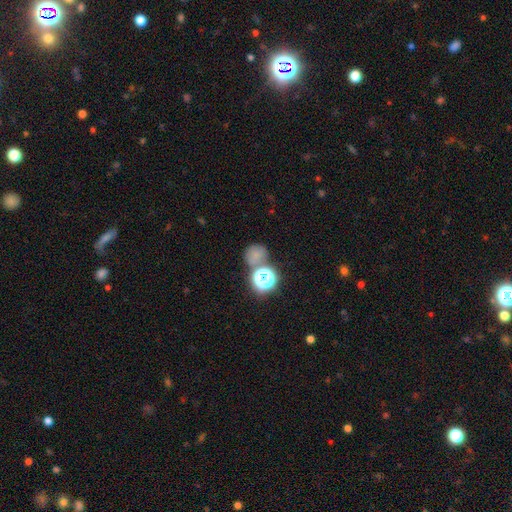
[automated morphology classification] Smooth or featured?
  - smooth: 65% *
  - star or artifact: 25%
  - featured or disk: 10%
How rounded?
  - round: 74% *
  - in between: 25%
  - cigar-shaped: 1%
Merging?
  - none: 54% *
  - merger: 25%
  - minor disturbance: 13%
  - major disturbance: 8%